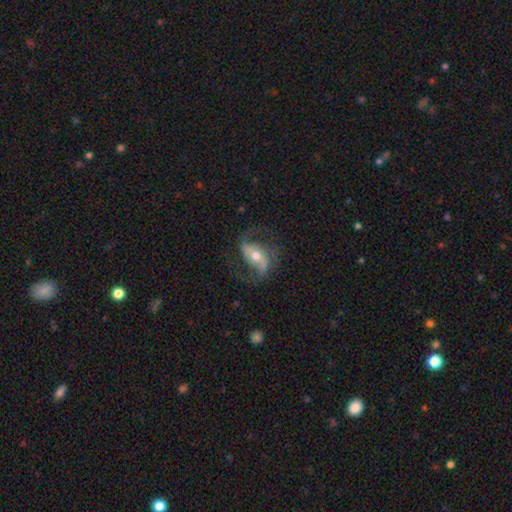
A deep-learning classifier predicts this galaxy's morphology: Smooth or featured: featured or disk — 80% (smooth — 14%)
Edge-on disk: no — 96% (yes — 4%)
Bar: weak — 35% (tied with no — 35%)
Spiral arms: yes — 92% (no — 8%)
Spiral winding: medium — 45% (loose — 44%)
Spiral arm count: 2 — 89% (can't tell — 4%)
Bulge size: moderate — 66% (small — 26%)
Merging: none — 67% (minor disturbance — 17%)